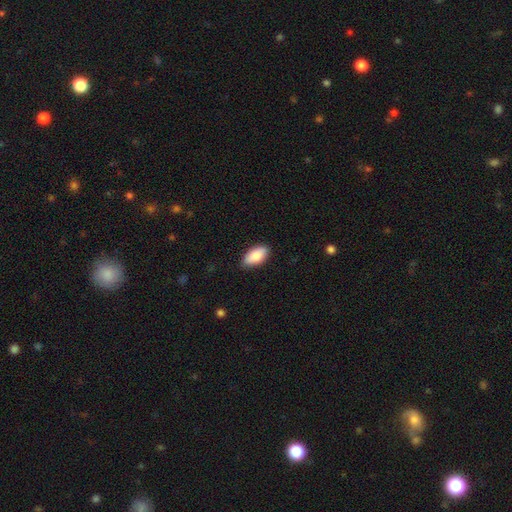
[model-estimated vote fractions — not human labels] Q: Smooth or featured?
A: smooth (85%); runner-up: featured or disk (8%)
Q: How rounded?
A: in between (92%); runner-up: cigar-shaped (6%)
Q: Merging?
A: none (85%); runner-up: minor disturbance (12%)